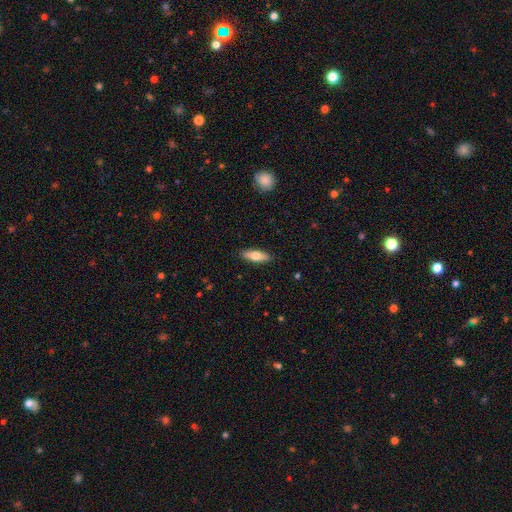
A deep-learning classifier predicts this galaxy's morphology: smooth_or_featured: smooth (p=0.66) [alt: featured or disk p=0.28]
how_rounded: in between (p=0.55) [alt: cigar-shaped p=0.42]
merging: none (p=0.89) [alt: minor disturbance p=0.08]